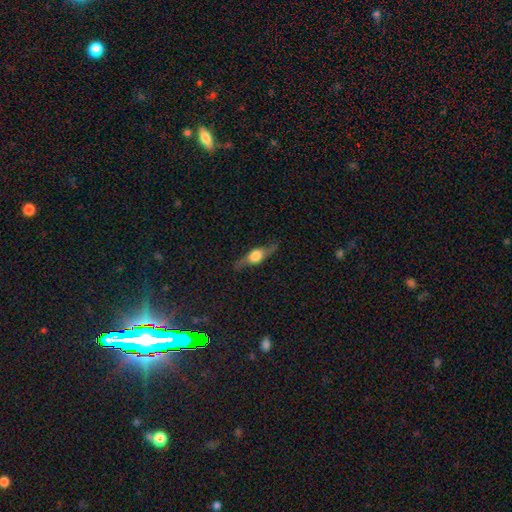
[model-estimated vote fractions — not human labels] smooth-or-featured: featured or disk: 65% | smooth: 28% | star or artifact: 7%
  disk-edge-on: yes: 85% | no: 15%
    edge-on-bulge: rounded: 92% | boxy: 6% | none: 2%
  merging: none: 81% | minor disturbance: 14% | major disturbance: 4% | merger: 1%